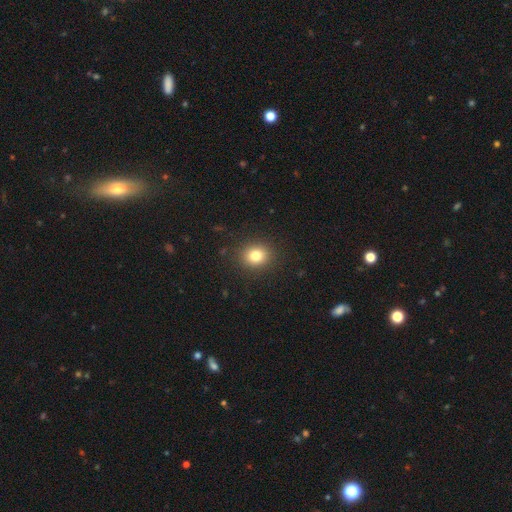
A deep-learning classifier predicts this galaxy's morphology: Smooth or featured?
  - smooth: 80% *
  - star or artifact: 12%
  - featured or disk: 8%
How rounded?
  - round: 74% *
  - in between: 25%
  - cigar-shaped: 1%
Merging?
  - none: 90% *
  - minor disturbance: 7%
  - major disturbance: 3%
  - merger: 1%